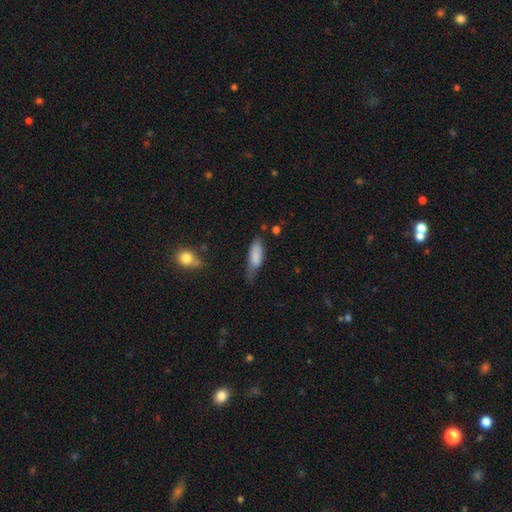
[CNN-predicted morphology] Smooth or featured? smooth (80%)
How rounded? in between (67%)
Merging? minor disturbance (43%)